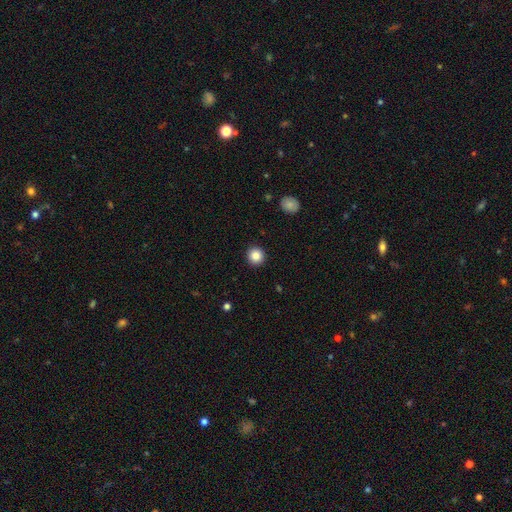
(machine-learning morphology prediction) Overall: smooth (86%). How rounded: round (94%). Merging: none (93%).